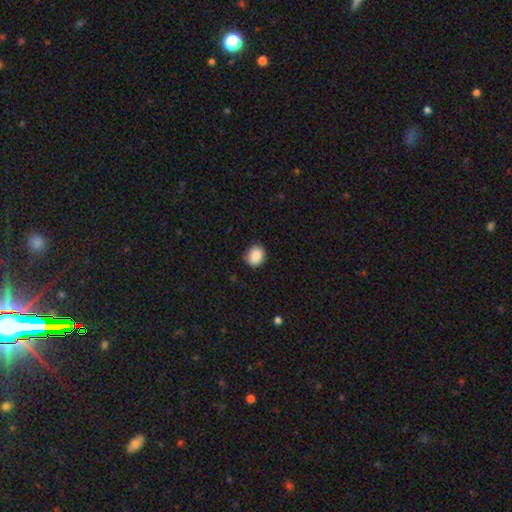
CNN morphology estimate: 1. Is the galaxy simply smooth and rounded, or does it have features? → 88% smooth, 8% star or artifact, 4% featured or disk.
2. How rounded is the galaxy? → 63% round, 36% in between, 1% cigar-shaped.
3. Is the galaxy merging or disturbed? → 82% none, 14% minor disturbance, 3% major disturbance, 1% merger.